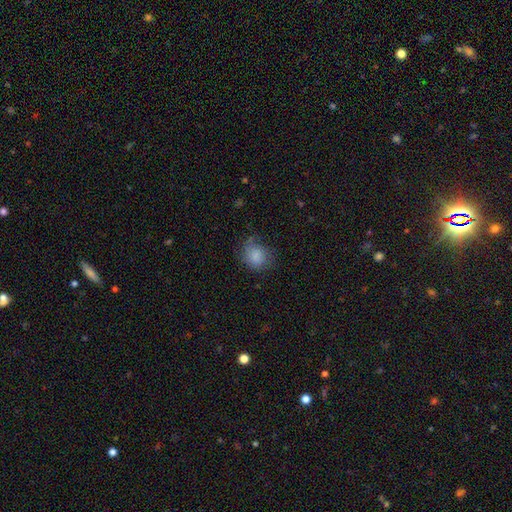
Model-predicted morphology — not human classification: This is clearly a smooth galaxy (81%). How rounded: likely round (69%). Merging: possibly none (56%).